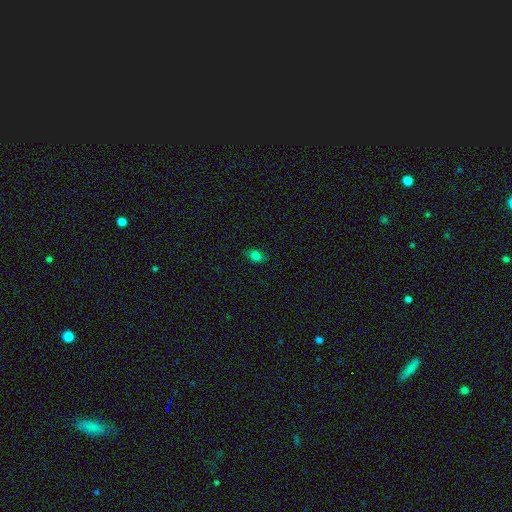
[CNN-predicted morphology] The model was most divided on "how rounded": in between: 73%, round: 25%, cigar-shaped: 3%. More confident: merging — none (79%); smooth or featured — smooth (77%).